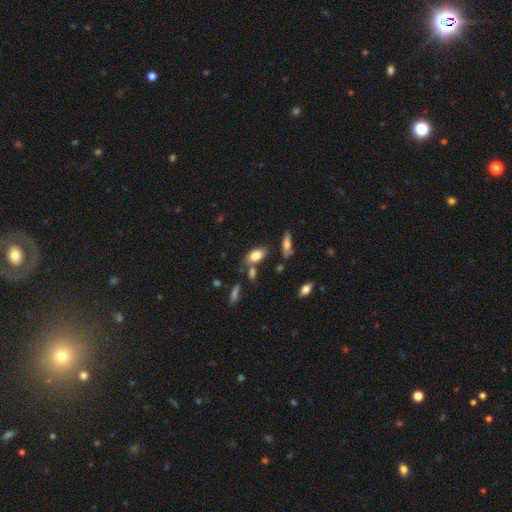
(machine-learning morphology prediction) This appears to be a smooth galaxy with no disk features (79%) that is in between round and cigar-shaped (87%). Merging: none (66%).